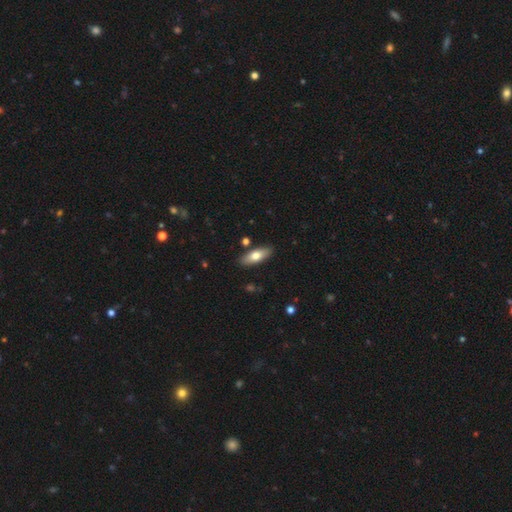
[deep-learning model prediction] The model was most divided on "how rounded": in between: 66%, cigar-shaped: 31%, round: 3%. More confident: merging — none (86%); smooth or featured — smooth (70%).